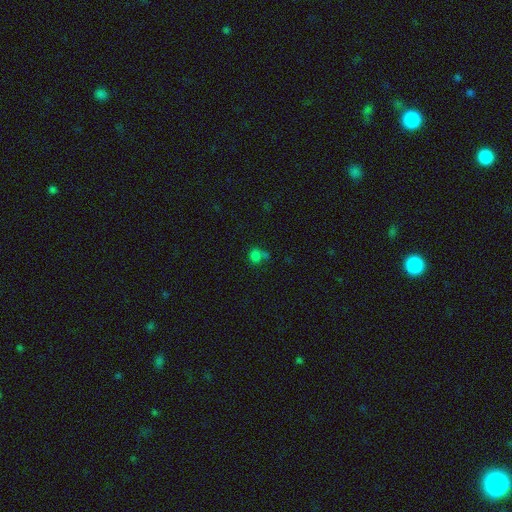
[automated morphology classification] Smooth or featured? smooth (74%)
How rounded? round (74%)
Merging? none (52%)